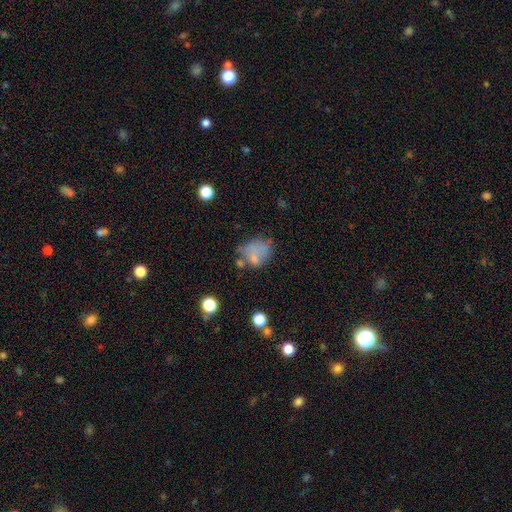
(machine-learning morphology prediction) Smooth or featured? smooth (66%)
How rounded? in between (55%)
Merging? none (37%)